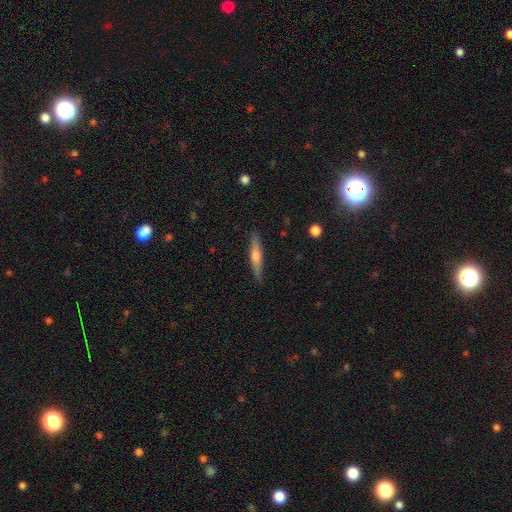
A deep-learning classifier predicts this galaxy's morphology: Smooth or featured?
  - featured or disk: 53% *
  - smooth: 41%
  - star or artifact: 6%
Edge-on disk?
  - yes: 95% *
  - no: 5%
Edge-on bulge?
  - rounded: 84% *
  - none: 9%
  - boxy: 7%
Merging?
  - none: 89% *
  - minor disturbance: 8%
  - major disturbance: 2%
  - merger: 1%